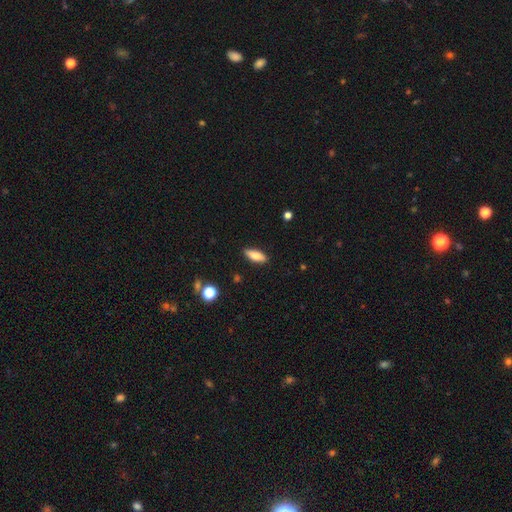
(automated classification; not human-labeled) smooth 73%, featured or disk 20%, star or artifact 7%. Down the decision tree: how rounded — in between (63%); merging — none (88%).